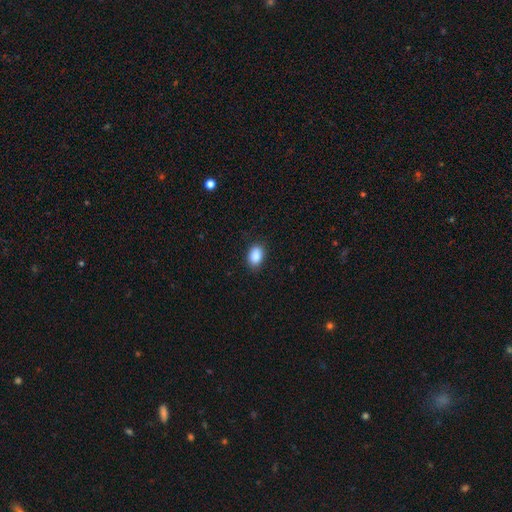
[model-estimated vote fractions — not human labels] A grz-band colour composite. It shows a smooth galaxy with no disk features (89%) that is in between round and cigar-shaped (83%). Merging: none (86%).